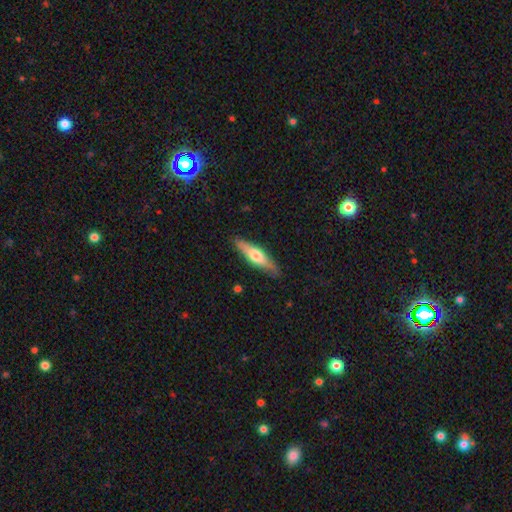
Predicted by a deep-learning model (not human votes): Overall: smooth (49%; featured or disk 46%). Merging: none (86%).